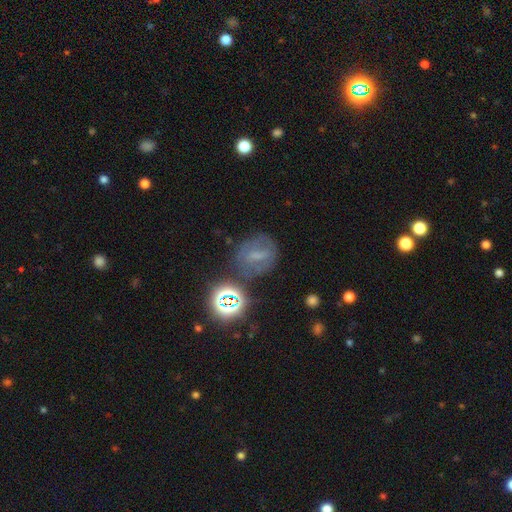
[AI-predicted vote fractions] Morphology: type=featured or disk (41%); merging=none (70%).